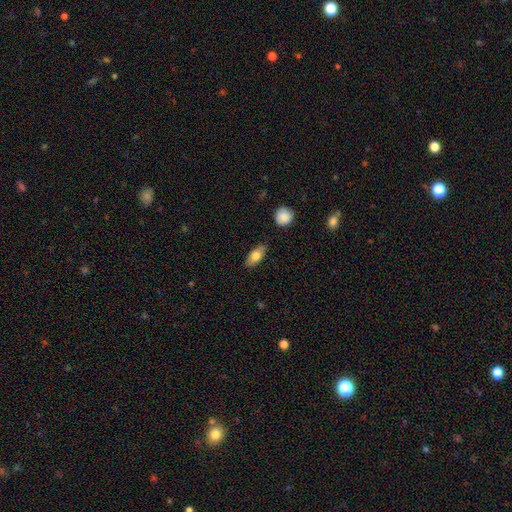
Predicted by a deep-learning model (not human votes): smooth_or_featured: smooth (p=0.74) [alt: featured or disk p=0.19]
how_rounded: in between (p=0.83) [alt: cigar-shaped p=0.13]
merging: none (p=0.85) [alt: minor disturbance p=0.11]